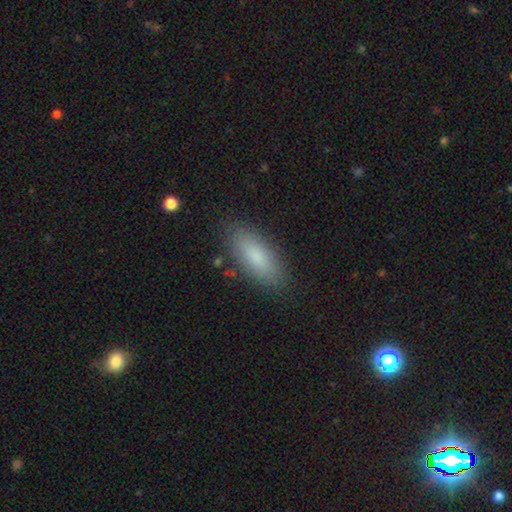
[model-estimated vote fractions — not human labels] Smooth or featured?
  - smooth: 82% *
  - featured or disk: 11%
  - star or artifact: 7%
How rounded?
  - in between: 77% *
  - cigar-shaped: 21%
  - round: 2%
Merging?
  - none: 85% *
  - minor disturbance: 11%
  - major disturbance: 3%
  - merger: 2%